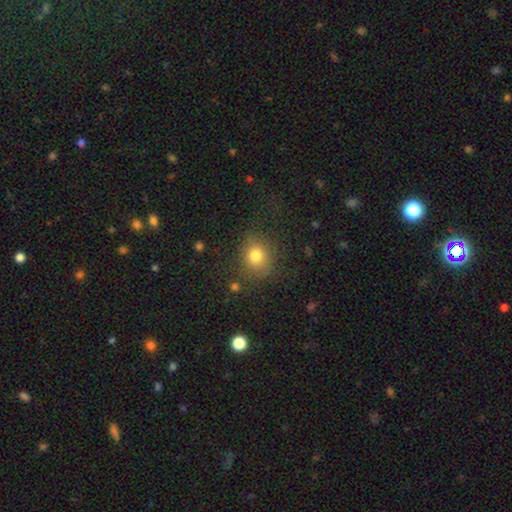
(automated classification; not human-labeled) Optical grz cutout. It shows a smooth galaxy with no disk features (77%) that is round (75%). Merging: none (77%).